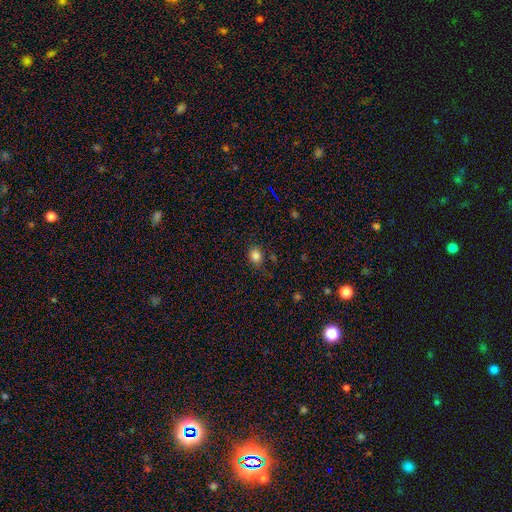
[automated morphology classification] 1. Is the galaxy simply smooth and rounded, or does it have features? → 83% smooth, 12% star or artifact, 5% featured or disk.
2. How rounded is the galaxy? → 60% round, 39% in between, 1% cigar-shaped.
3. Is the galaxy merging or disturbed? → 78% none, 15% minor disturbance, 4% major disturbance, 2% merger.